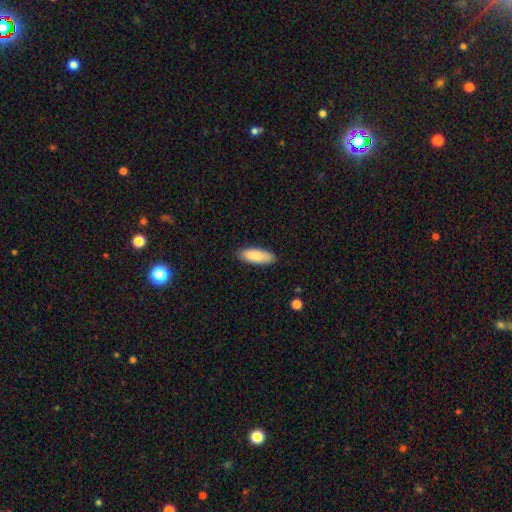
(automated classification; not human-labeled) Smooth or featured? Predicted: smooth (p=0.86). How rounded? Predicted: in between (p=0.72). Merging? Predicted: none (p=0.88).